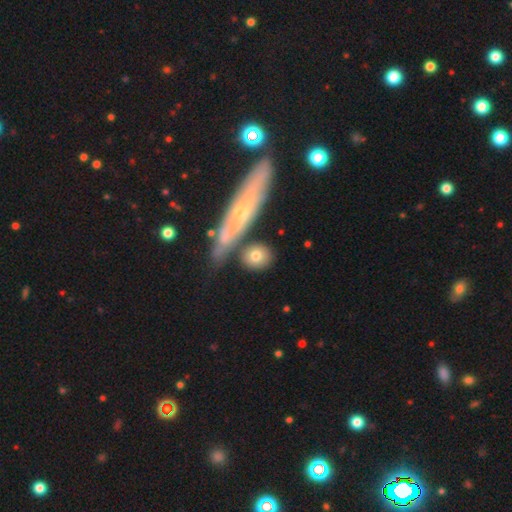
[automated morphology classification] A smooth galaxy with no disk features (73%) that is round (70%). Merging: none (71%).